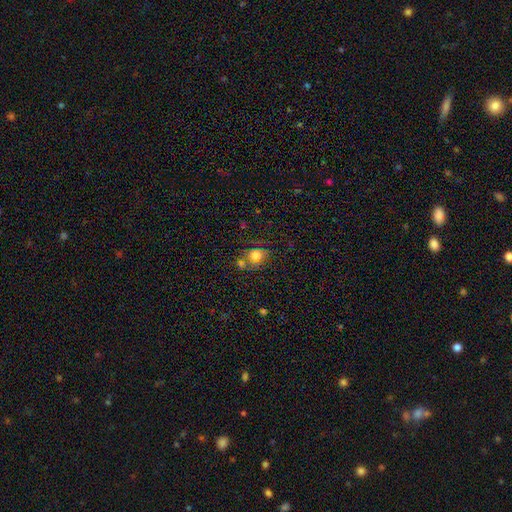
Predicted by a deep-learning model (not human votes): Smooth or featured: smooth — 69% (star or artifact — 16%)
How rounded: round — 63% (in between — 35%)
Merging: none — 55% (merger — 21%)